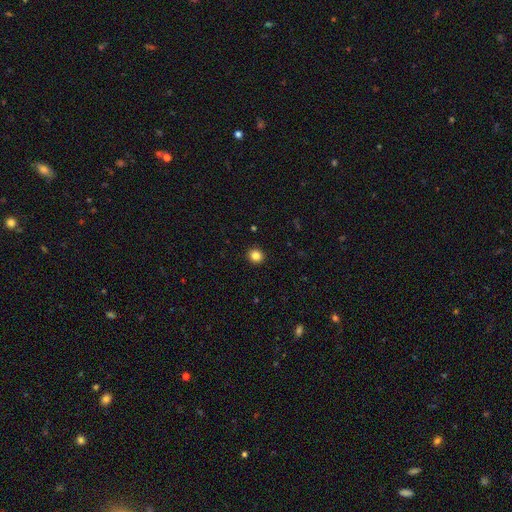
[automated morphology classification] Smooth or featured? smooth (85%)
How rounded? round (90%)
Merging? none (93%)